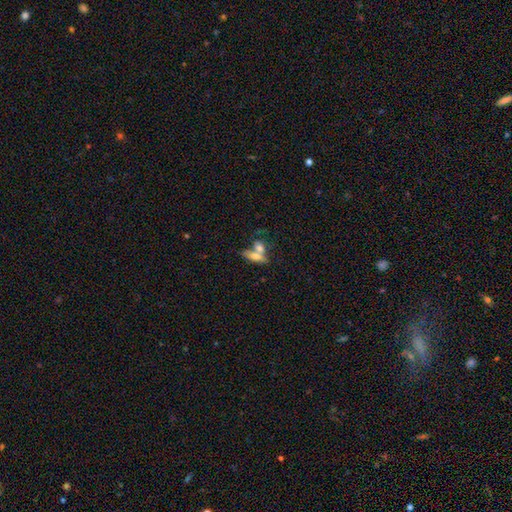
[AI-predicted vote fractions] Smooth or featured? smooth (63%)
How rounded? in between (63%)
Merging? merger (55%)